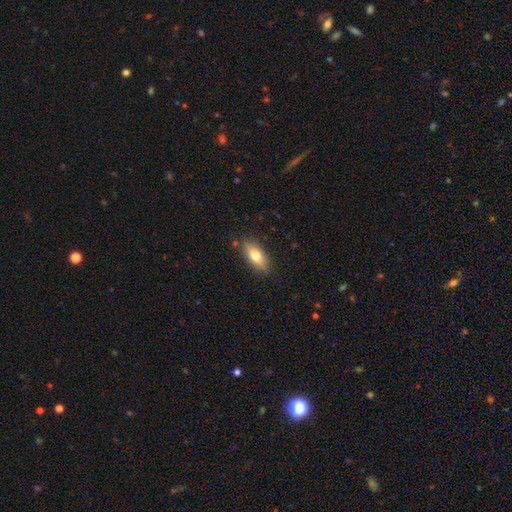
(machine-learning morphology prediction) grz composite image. It shows a smooth galaxy with no disk features (69%) that is in between round and cigar-shaped (74%). Merging: none (83%).